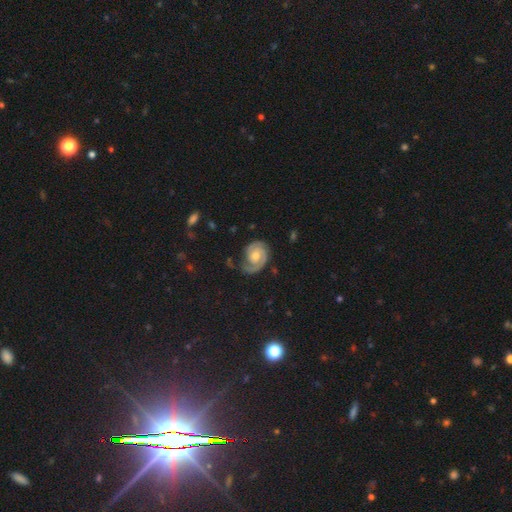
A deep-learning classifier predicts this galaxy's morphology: Smooth or featured?
  - featured or disk: 84% *
  - smooth: 10%
  - star or artifact: 6%
Edge-on disk?
  - no: 98% *
  - yes: 2%
Bar?
  - no: 69% *
  - weak: 27%
  - strong: 5%
Spiral arms?
  - yes: 96% *
  - no: 4%
Spiral winding?
  - tight: 61% *
  - medium: 31%
  - loose: 8%
Spiral arm count?
  - 2: 69% *
  - 1: 19%
  - can't tell: 7%
  - 3: 3%
  - 4: 1%
  - more than 4: 1%
Bulge size?
  - moderate: 65% *
  - small: 26%
  - large: 6%
  - none: 2%
  - dominant: 1%
Merging?
  - none: 69% *
  - minor disturbance: 20%
  - major disturbance: 9%
  - merger: 2%